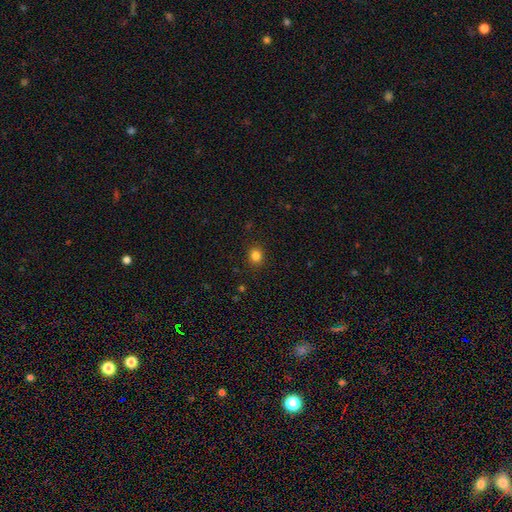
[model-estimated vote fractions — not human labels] Smooth or featured?
  - smooth: 83% *
  - star or artifact: 13%
  - featured or disk: 4%
How rounded?
  - round: 78% *
  - in between: 21%
  - cigar-shaped: 1%
Merging?
  - none: 90% *
  - minor disturbance: 7%
  - major disturbance: 2%
  - merger: 1%